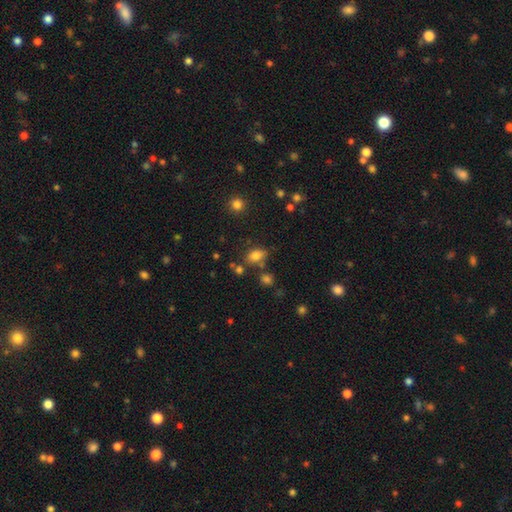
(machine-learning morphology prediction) Q: Smooth or featured?
A: smooth (78%); runner-up: star or artifact (13%)
Q: How rounded?
A: in between (80%); runner-up: round (18%)
Q: Merging?
A: none (67%); runner-up: minor disturbance (16%)